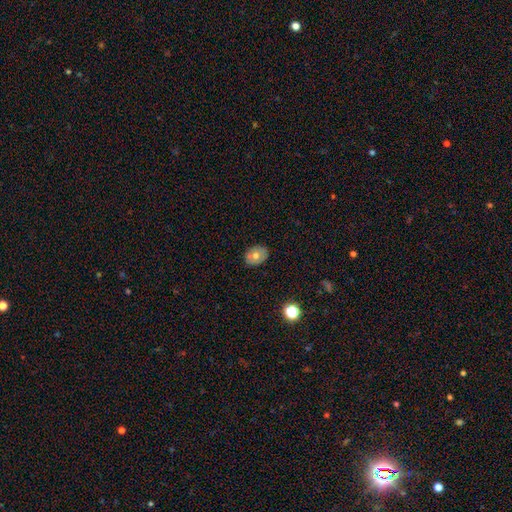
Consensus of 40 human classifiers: smooth-or-featured: smooth: 52% | featured or disk: 40% | star or artifact: 8%
  how-rounded: round: 57% | in between: 43% | cigar-shaped: 0%
  merging: none: 81% | minor disturbance: 14% | merger: 5% | major disturbance: 0%